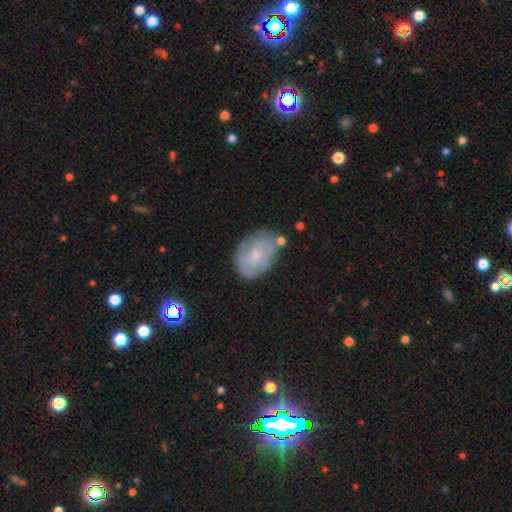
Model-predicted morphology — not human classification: Smooth or featured: featured or disk — 48% (smooth — 45%)
Merging: none — 62% (minor disturbance — 24%)